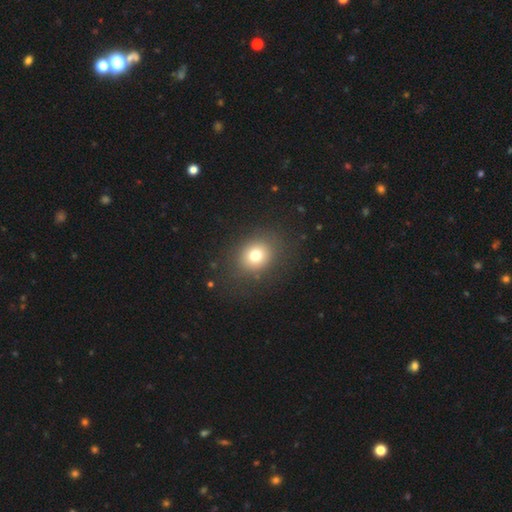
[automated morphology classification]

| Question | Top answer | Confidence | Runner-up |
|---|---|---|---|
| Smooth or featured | smooth | 75% | star or artifact (14%) |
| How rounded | round | 68% | in between (31%) |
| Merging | none | 86% | minor disturbance (8%) |